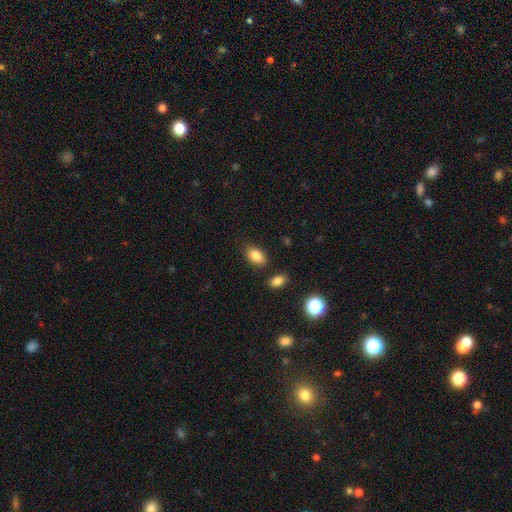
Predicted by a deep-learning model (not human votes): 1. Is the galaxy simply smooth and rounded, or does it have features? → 85% smooth, 8% star or artifact, 6% featured or disk.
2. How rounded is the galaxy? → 90% in between, 8% round, 2% cigar-shaped.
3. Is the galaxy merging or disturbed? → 81% none, 12% minor disturbance, 5% merger, 3% major disturbance.